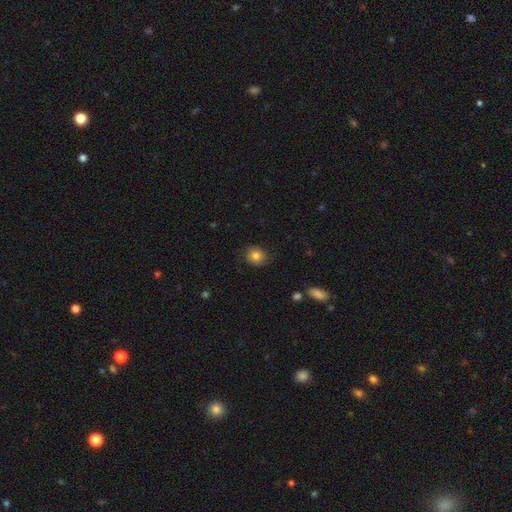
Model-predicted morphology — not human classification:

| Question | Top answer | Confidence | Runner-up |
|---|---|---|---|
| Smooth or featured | smooth | 79% | featured or disk (11%) |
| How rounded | round | 78% | in between (21%) |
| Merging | none | 78% | minor disturbance (17%) |